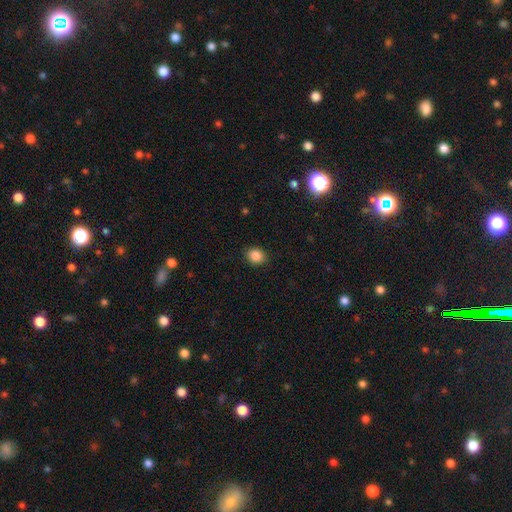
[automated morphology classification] A smooth galaxy with no disk features (87%) that is round (55%).

Vote fractions:
- Smooth or featured? smooth: 87% / star or artifact: 10% / featured or disk: 4%
- How rounded? round: 55% / in between: 45% / cigar-shaped: 1%
- Merging? none: 89% / minor disturbance: 8% / major disturbance: 2% / merger: 1%